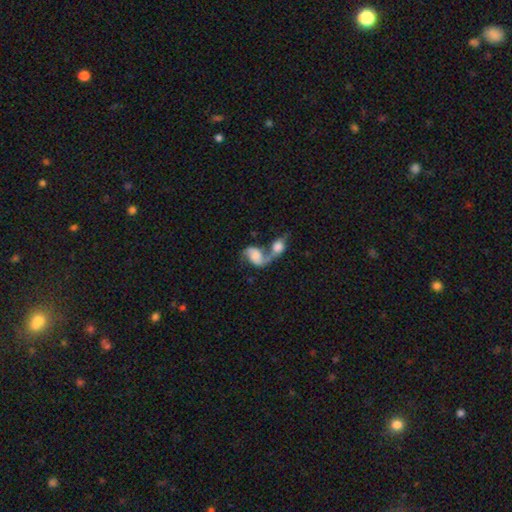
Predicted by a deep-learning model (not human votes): Overall: featured or disk (62%; smooth 31%). Edge-on disk: no (96%). Bar: no (66%; weak 27%). Spiral arms: yes (84%). Spiral arm count: 2 (76%). Spiral winding: loose (66%). Bulge size: none (32%; large 22%). Merging: merger (76%).